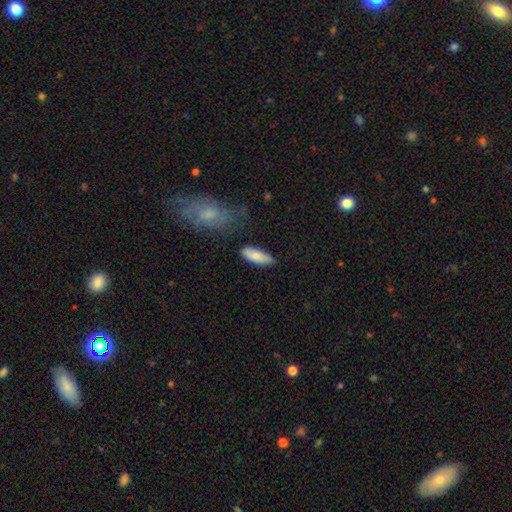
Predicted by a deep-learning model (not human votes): Q: Smooth or featured?
A: smooth (80%); runner-up: featured or disk (14%)
Q: How rounded?
A: in between (73%); runner-up: cigar-shaped (25%)
Q: Merging?
A: none (74%); runner-up: minor disturbance (19%)